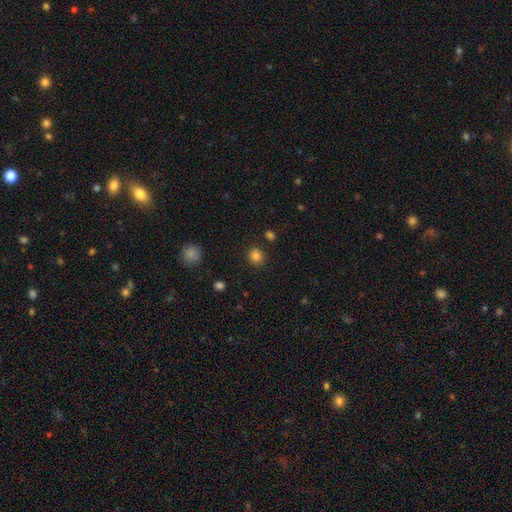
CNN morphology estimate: smooth_or_featured: smooth (p=0.84) [alt: star or artifact p=0.12]
how_rounded: round (p=0.85) [alt: in between p=0.14]
merging: none (p=0.87) [alt: minor disturbance p=0.08]